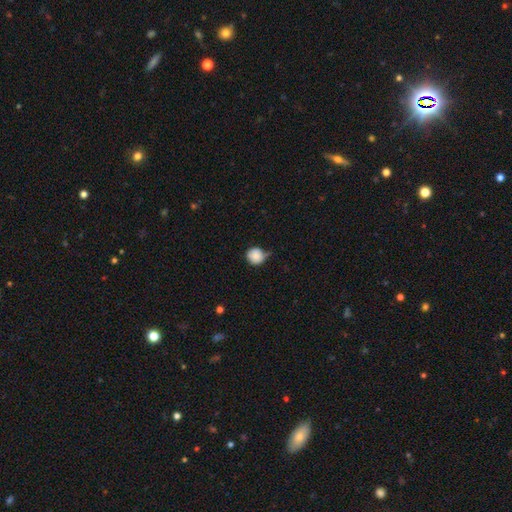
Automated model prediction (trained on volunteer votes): Smooth or featured? Predicted: smooth (p=0.84). How rounded? Predicted: round (p=0.89). Merging? Predicted: none (p=0.52).